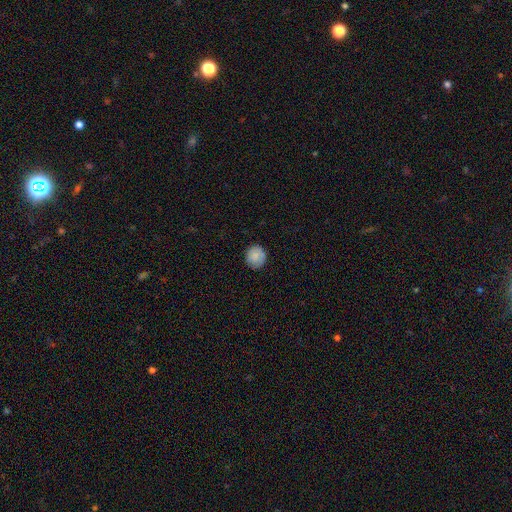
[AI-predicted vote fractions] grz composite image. It shows a smooth galaxy with no disk features (84%) that is round (85%). Merging: none (84%).